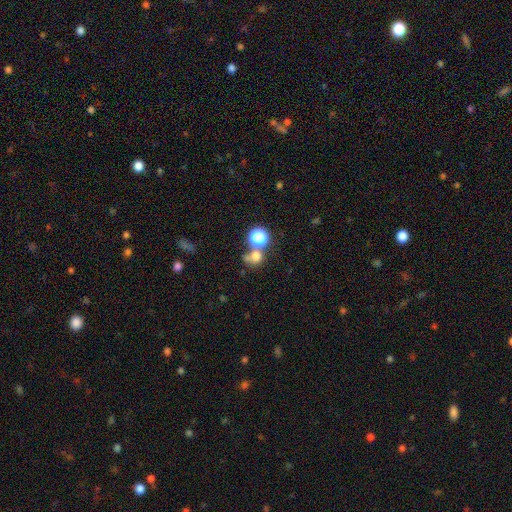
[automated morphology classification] smooth_or_featured: smooth (p=0.68) [alt: star or artifact p=0.22]
how_rounded: round (p=0.83) [alt: in between p=0.16]
merging: none (p=0.50) [alt: merger p=0.34]